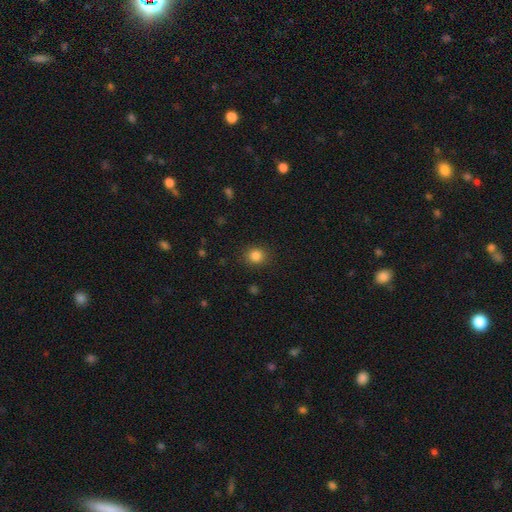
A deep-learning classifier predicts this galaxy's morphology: Smooth or featured? smooth (85%)
How rounded? round (81%)
Merging? none (88%)